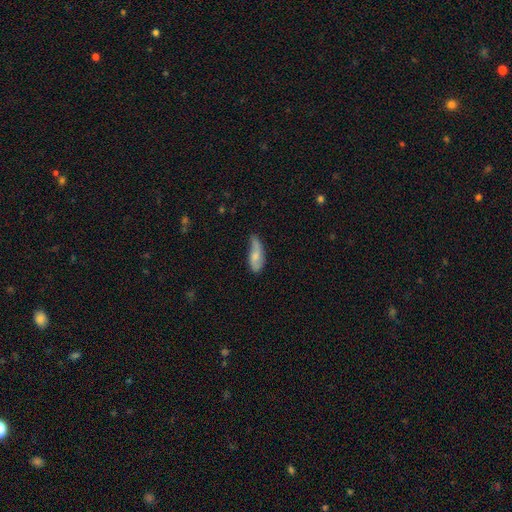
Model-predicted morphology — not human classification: Smooth or featured? smooth (57%)
How rounded? in between (70%)
Merging? none (45%)